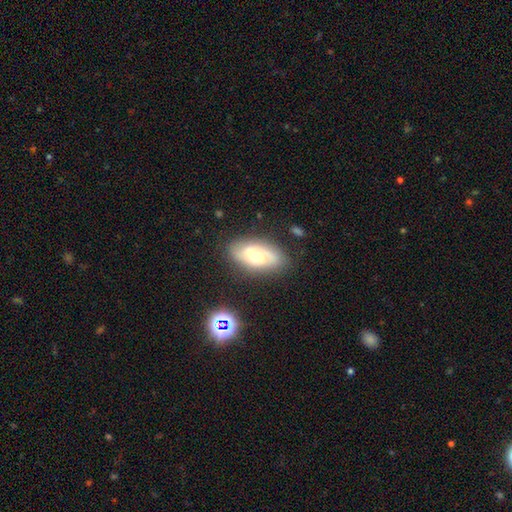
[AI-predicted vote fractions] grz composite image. It shows a featured or disk galaxy (60%) with a weak bar (44%), spiral arms (88%) and a moderate central bulge (52%). Merging: none (77%).